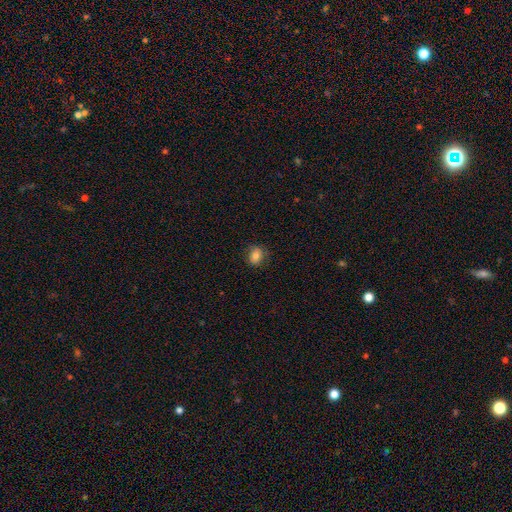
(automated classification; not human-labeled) Smooth or featured?
  - smooth: 82% *
  - star or artifact: 10%
  - featured or disk: 8%
How rounded?
  - in between: 51% *
  - round: 48%
  - cigar-shaped: 1%
Merging?
  - none: 82% *
  - minor disturbance: 14%
  - major disturbance: 3%
  - merger: 1%